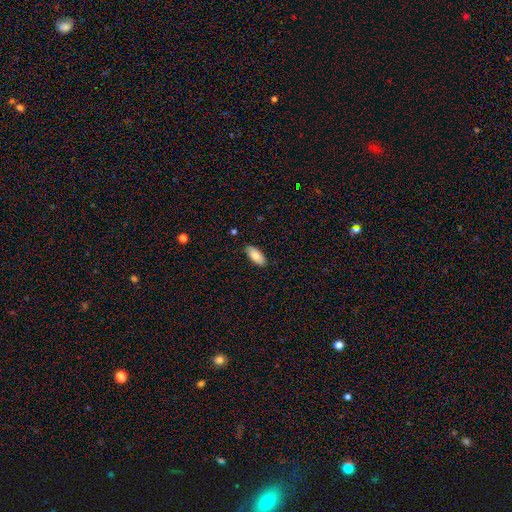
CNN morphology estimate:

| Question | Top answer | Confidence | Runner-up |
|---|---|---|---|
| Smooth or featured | smooth | 80% | featured or disk (13%) |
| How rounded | in between | 90% | cigar-shaped (8%) |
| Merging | none | 86% | minor disturbance (11%) |